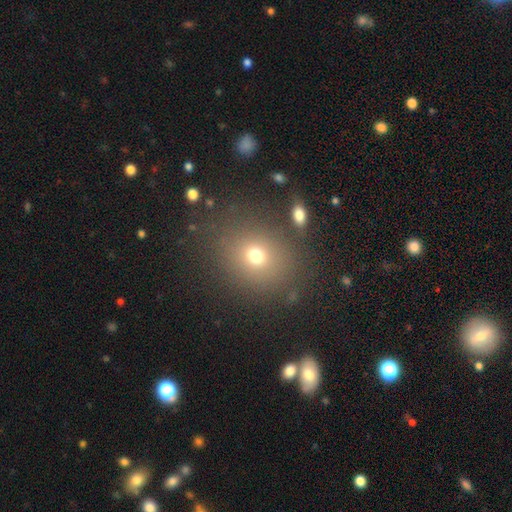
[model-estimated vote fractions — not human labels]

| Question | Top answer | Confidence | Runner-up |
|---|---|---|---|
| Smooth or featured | smooth | 71% | star or artifact (18%) |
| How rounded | round | 65% | in between (34%) |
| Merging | none | 78% | minor disturbance (11%) |